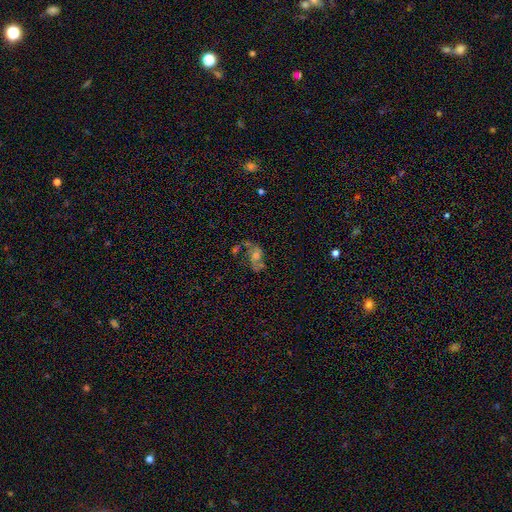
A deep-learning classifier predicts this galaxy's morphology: Q: Smooth or featured?
A: featured or disk (59%); runner-up: star or artifact (21%)
Q: Edge-on disk?
A: no (95%); runner-up: yes (5%)
Q: Bar?
A: no (59%); runner-up: weak (33%)
Q: Spiral arms?
A: yes (77%); runner-up: no (23%)
Q: Bulge size?
A: moderate (44%); runner-up: small (30%)
Q: Merging?
A: none (48%); runner-up: major disturbance (22%)